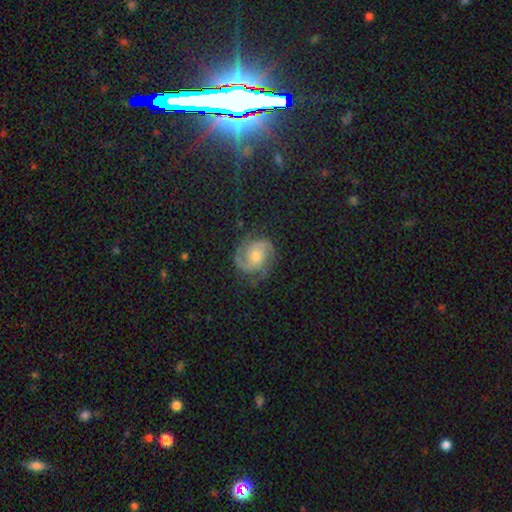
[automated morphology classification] type=featured or disk (79%); edge-on=no (98%); bar=no (66%); spiral arms=yes (96%); winding=medium (47%); arm count=2 (69%); bulge=moderate (52%); merging=none (76%).